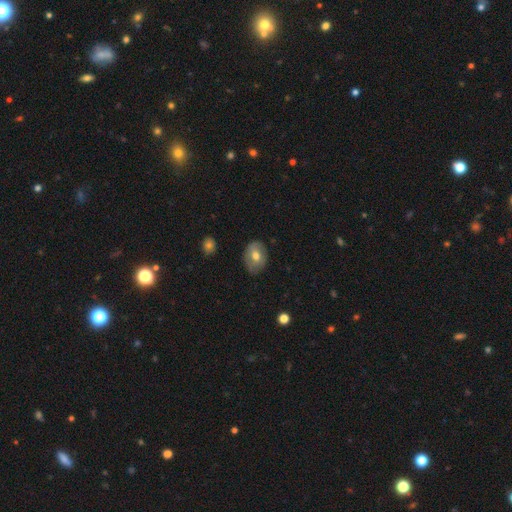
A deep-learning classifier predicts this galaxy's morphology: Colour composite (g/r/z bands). It shows a smooth galaxy with no disk features (61%) that is in between round and cigar-shaped (69%). Merging: none (79%).